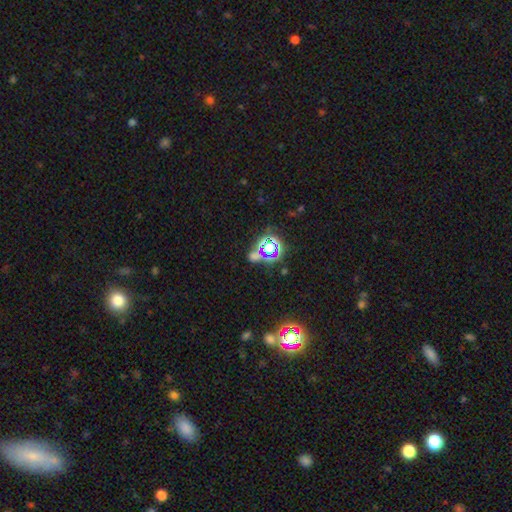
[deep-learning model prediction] Smooth or featured: star or artifact — 61% (smooth — 31%)